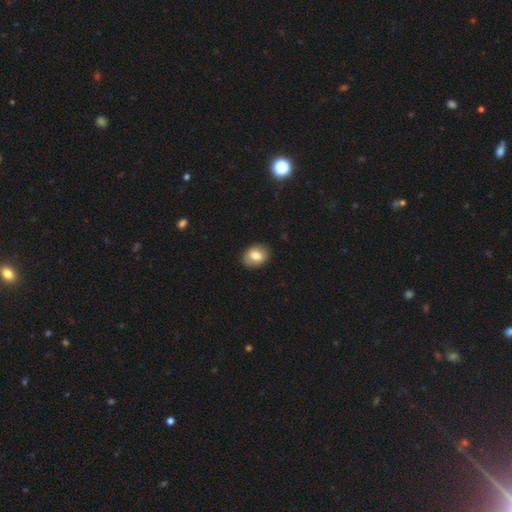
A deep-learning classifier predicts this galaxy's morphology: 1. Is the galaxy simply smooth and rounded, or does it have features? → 76% smooth, 16% featured or disk, 8% star or artifact.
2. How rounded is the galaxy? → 60% in between, 39% round, 1% cigar-shaped.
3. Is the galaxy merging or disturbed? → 87% none, 10% minor disturbance, 2% major disturbance, 1% merger.